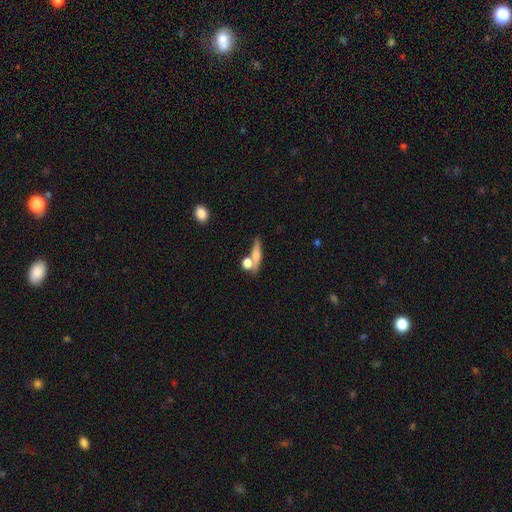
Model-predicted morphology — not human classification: This appears to be a smooth galaxy with no disk features (62%) that is cigar-shaped (56%). Merging: none (53%).